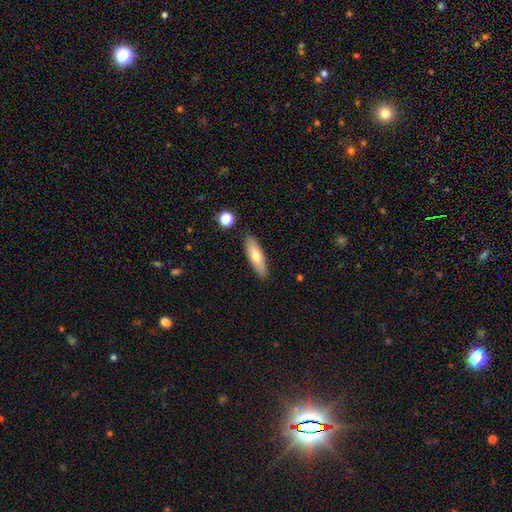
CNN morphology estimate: Smooth or featured: smooth — 64% (featured or disk — 30%)
How rounded: in between — 55% (cigar-shaped — 43%)
Merging: none — 87% (minor disturbance — 9%)